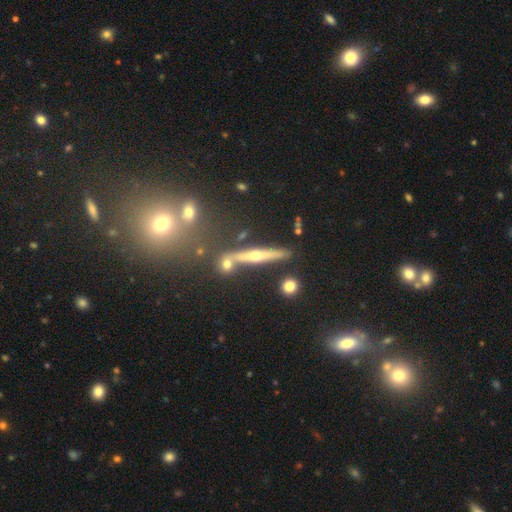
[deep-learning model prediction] This is likely a featured or disk galaxy (65%). It is clearly viewed edge-on (91%). Edge-on bulge: clearly rounded (88%). Merging: likely none (76%).